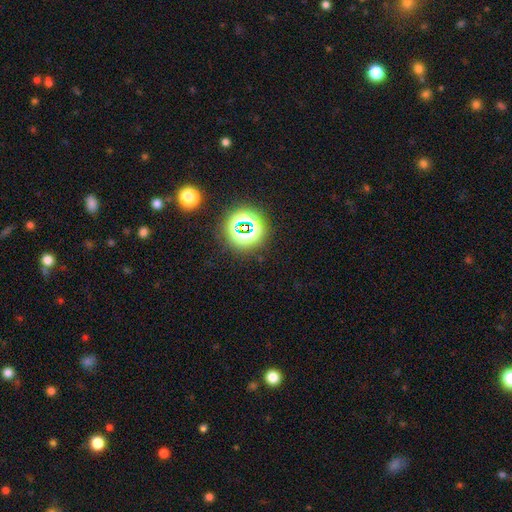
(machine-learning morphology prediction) smooth-or-featured: star or artifact: 77% | smooth: 16% | featured or disk: 7%